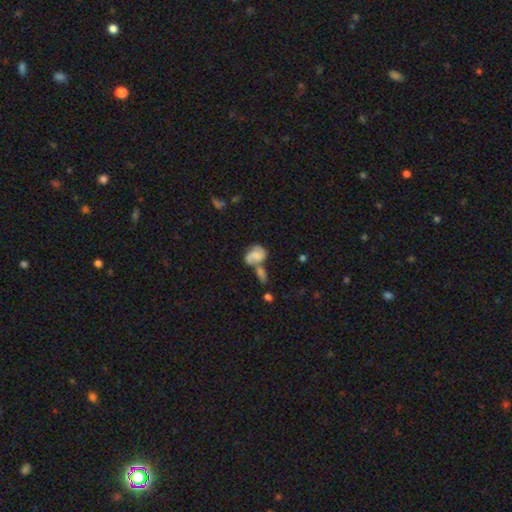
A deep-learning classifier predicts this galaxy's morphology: smooth-or-featured: featured or disk: 54% | smooth: 38% | star or artifact: 9%
  disk-edge-on: no: 97% | yes: 3%
    bar: no: 63% | weak: 30% | strong: 7%
    has-spiral-arms: yes: 82% | no: 18%
    bulge-size: none: 42% | small: 25% | moderate: 21% | large: 9% | dominant: 3%
  merging: merger: 49% | none: 24% | minor disturbance: 14% | major disturbance: 13%